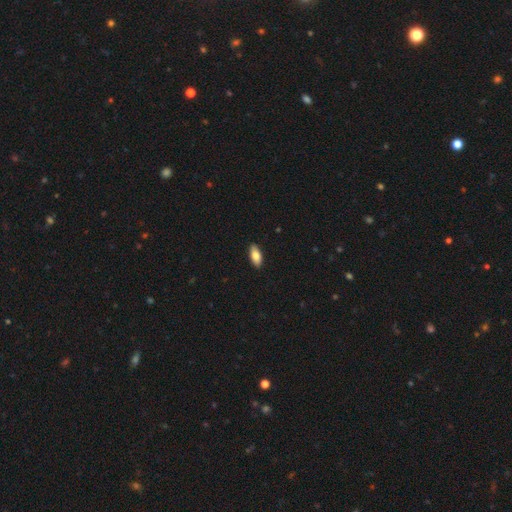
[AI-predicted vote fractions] A smooth galaxy with no disk features (81%) that is in between round and cigar-shaped (85%).

Vote fractions:
- Smooth or featured? smooth: 81% / featured or disk: 13% / star or artifact: 6%
- How rounded? in between: 85% / cigar-shaped: 13% / round: 2%
- Merging? none: 90% / minor disturbance: 8% / major disturbance: 2% / merger: 1%